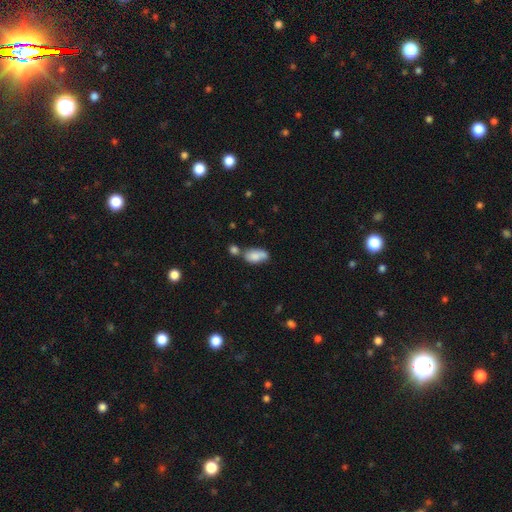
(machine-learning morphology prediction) smooth_or_featured: smooth (p=0.76) [alt: featured or disk p=0.16]
how_rounded: in between (p=0.90) [alt: round p=0.06]
merging: none (p=0.40) [alt: merger p=0.33]